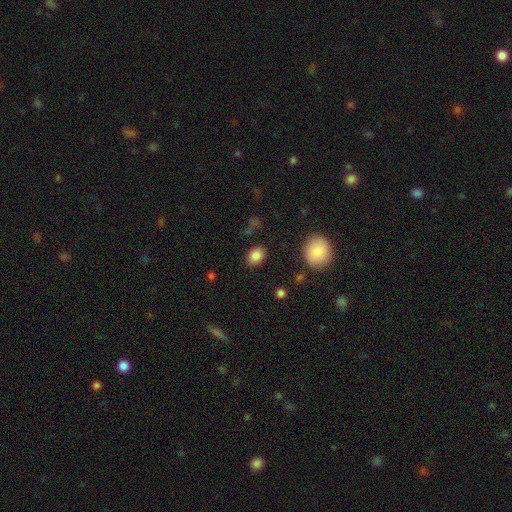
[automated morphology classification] type=smooth (85%); roundness=in between (73%); merging=none (84%).